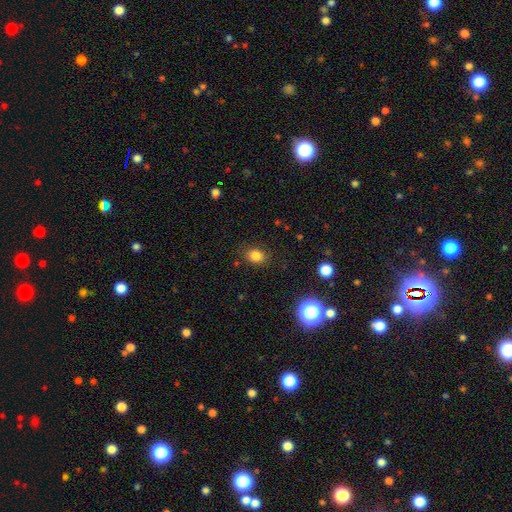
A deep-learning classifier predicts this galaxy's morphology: This is clearly a smooth galaxy (82%). How rounded: possibly in between (50%). Merging: clearly none (82%).